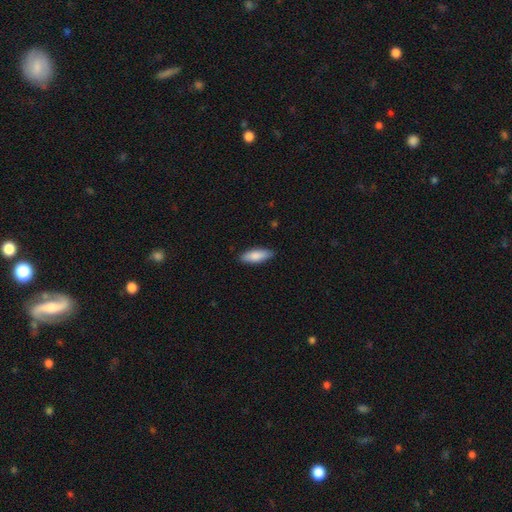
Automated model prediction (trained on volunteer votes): Smooth or featured: smooth — 85% (featured or disk — 10%)
How rounded: in between — 64% (cigar-shaped — 34%)
Merging: none — 88% (minor disturbance — 10%)